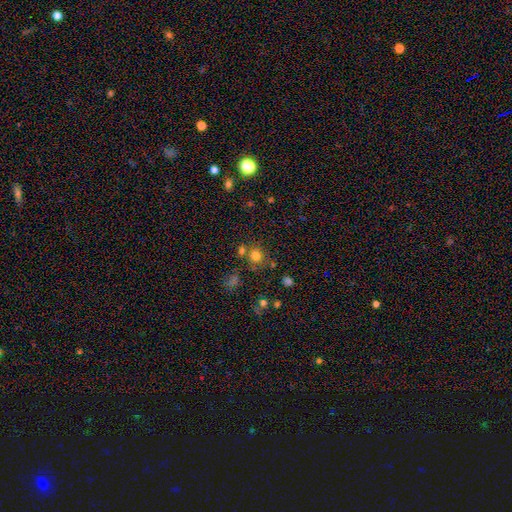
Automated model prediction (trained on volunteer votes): smooth 75%, star or artifact 18%, featured or disk 7%. Down the decision tree: how rounded — round (85%); merging — none (70%).